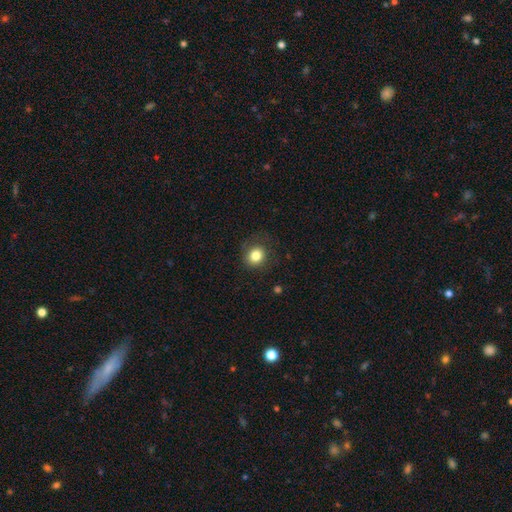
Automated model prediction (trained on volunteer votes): A smooth galaxy with no disk features (82%) that is round (80%).

Vote fractions:
- Smooth or featured? smooth: 82% / star or artifact: 10% / featured or disk: 8%
- How rounded? round: 80% / in between: 20% / cigar-shaped: 1%
- Merging? none: 78% / minor disturbance: 14% / major disturbance: 6% / merger: 1%